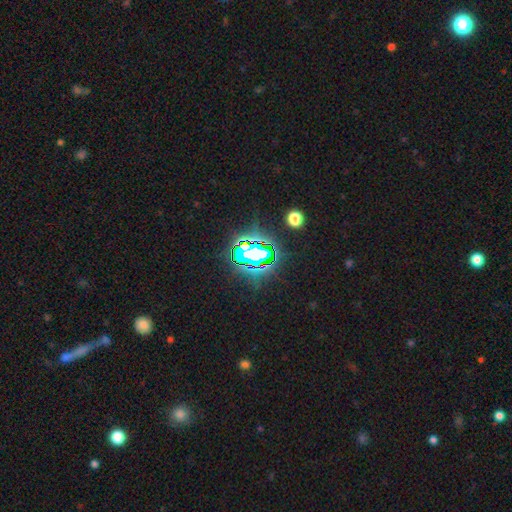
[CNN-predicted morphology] type=star or artifact (73%).